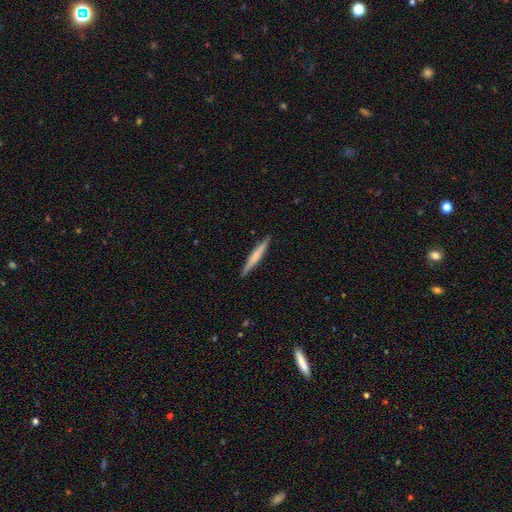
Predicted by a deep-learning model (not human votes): Smooth or featured? smooth (53%)
How rounded? cigar-shaped (96%)
Merging? none (91%)